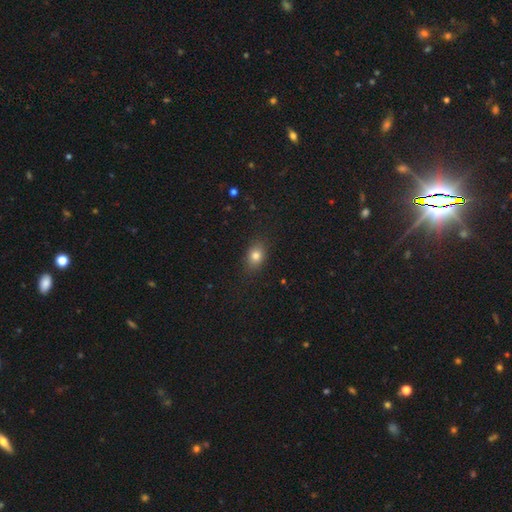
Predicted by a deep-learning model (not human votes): The model was most divided on "how rounded": in between: 70%, round: 28%, cigar-shaped: 2%. More confident: merging — none (86%); smooth or featured — smooth (80%).